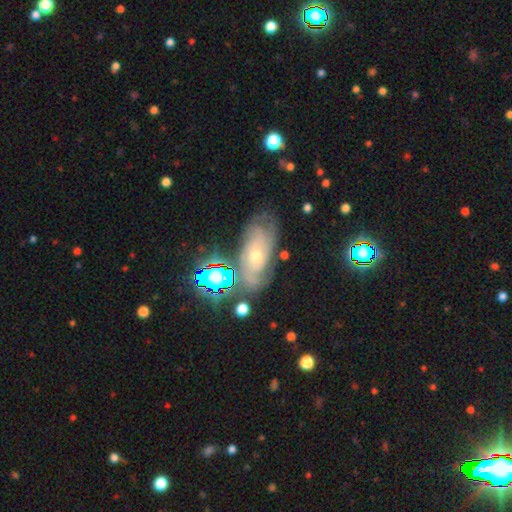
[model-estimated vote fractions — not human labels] A featured or disk galaxy (71%) with no bar (72%), tight (56%) spiral arms (90%) and a moderate central bulge (48%). Merging: none (63%).